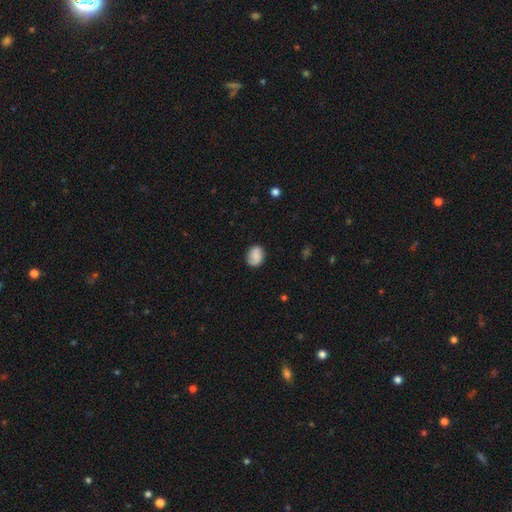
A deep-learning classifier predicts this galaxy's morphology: A smooth galaxy with no disk features (70%) that is in between round and cigar-shaped (51%). Merging: none (75%).